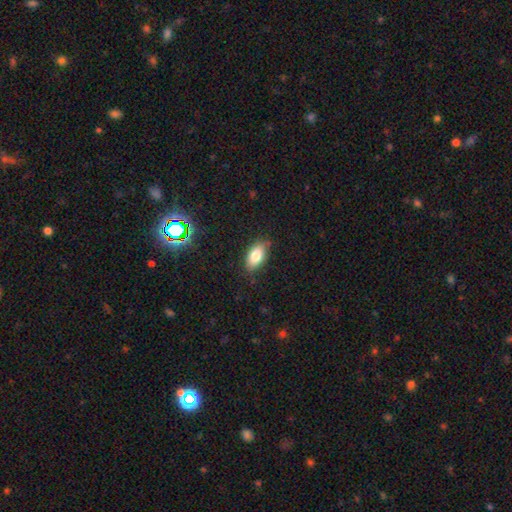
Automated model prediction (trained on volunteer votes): Smooth or featured? Predicted: smooth (p=0.80). How rounded? Predicted: in between (p=0.91). Merging? Predicted: none (p=0.82).